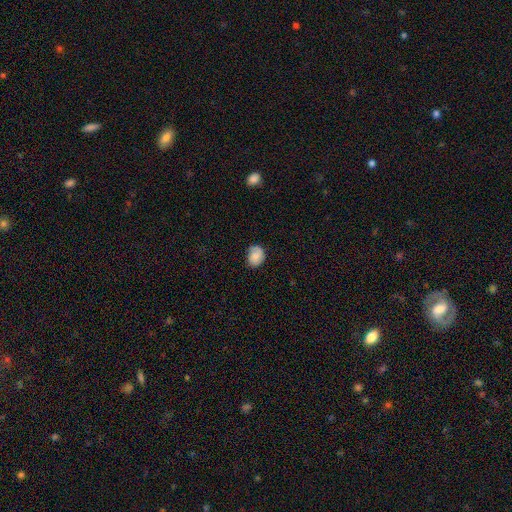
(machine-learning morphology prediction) A smooth galaxy with no disk features (75%) that is in between round and cigar-shaped (53%).

Vote fractions:
- Smooth or featured? smooth: 75% / featured or disk: 17% / star or artifact: 8%
- How rounded? in between: 53% / round: 46% / cigar-shaped: 1%
- Merging? none: 66% / minor disturbance: 26% / major disturbance: 7% / merger: 2%